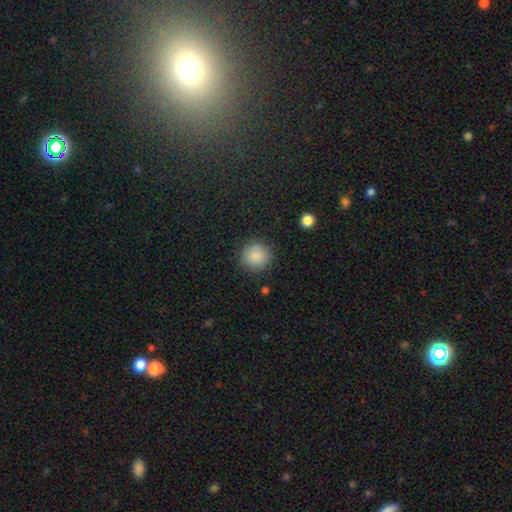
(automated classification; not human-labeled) Smooth or featured?
  - smooth: 87% *
  - star or artifact: 9%
  - featured or disk: 4%
How rounded?
  - round: 93% *
  - in between: 7%
  - cigar-shaped: 1%
Merging?
  - none: 85% *
  - minor disturbance: 10%
  - major disturbance: 3%
  - merger: 2%